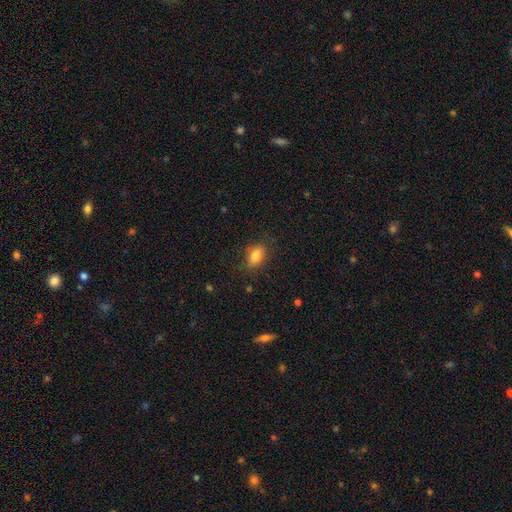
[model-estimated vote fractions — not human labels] A smooth galaxy with no disk features (80%) that is in between round and cigar-shaped (82%).

Vote fractions:
- Smooth or featured? smooth: 80% / featured or disk: 11% / star or artifact: 9%
- How rounded? in between: 82% / round: 12% / cigar-shaped: 6%
- Merging? none: 78% / minor disturbance: 17% / major disturbance: 4% / merger: 1%